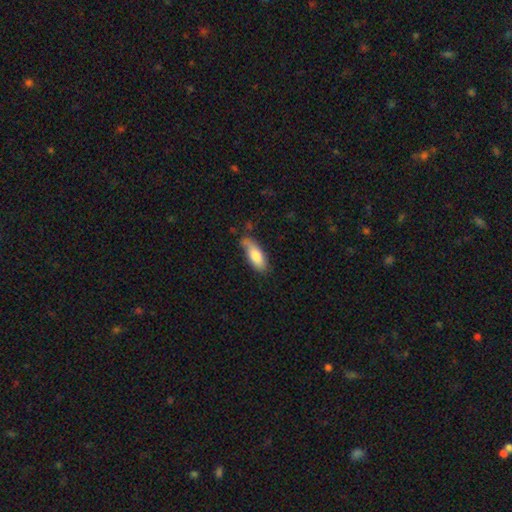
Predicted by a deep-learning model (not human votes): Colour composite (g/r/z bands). It shows a smooth galaxy with no disk features (78%) that is in between round and cigar-shaped (74%). Merging: none (60%).